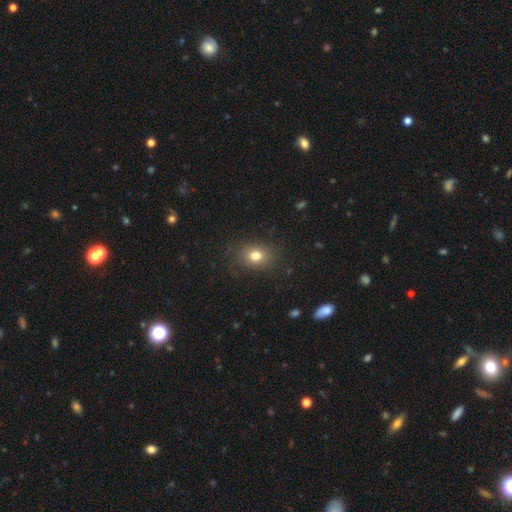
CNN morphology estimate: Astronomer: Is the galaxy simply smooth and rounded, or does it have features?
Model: smooth — 77%.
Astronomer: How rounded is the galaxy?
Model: round — 54% (runner-up: in between, 45%).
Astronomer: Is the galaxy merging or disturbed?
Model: none — 82%.